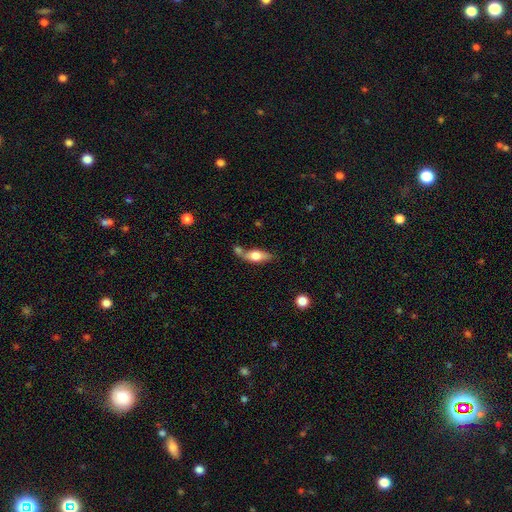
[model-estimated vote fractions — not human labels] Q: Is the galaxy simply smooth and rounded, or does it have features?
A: smooth — 61%.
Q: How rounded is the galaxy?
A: in between — 68%.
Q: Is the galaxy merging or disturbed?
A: none — 49%.